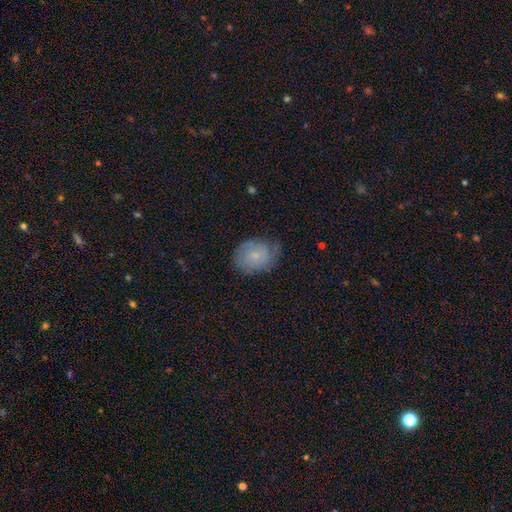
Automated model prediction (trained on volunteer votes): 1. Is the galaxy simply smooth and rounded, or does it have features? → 46% smooth, 45% featured or disk, 9% star or artifact.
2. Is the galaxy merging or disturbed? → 63% none, 27% minor disturbance, 9% major disturbance, 1% merger.